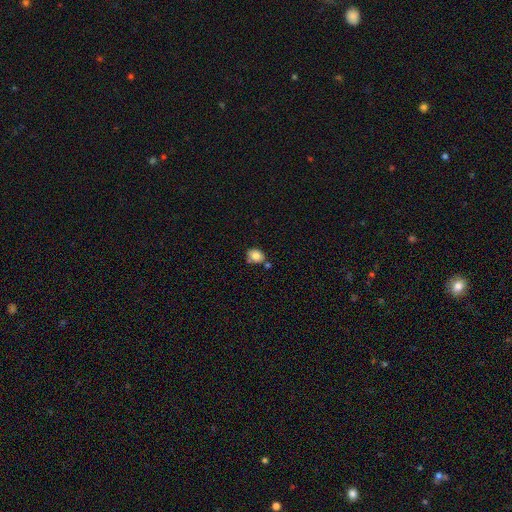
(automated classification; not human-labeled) Overall: smooth (82%). How rounded: in between (58%; round 41%). Merging: none (63%).